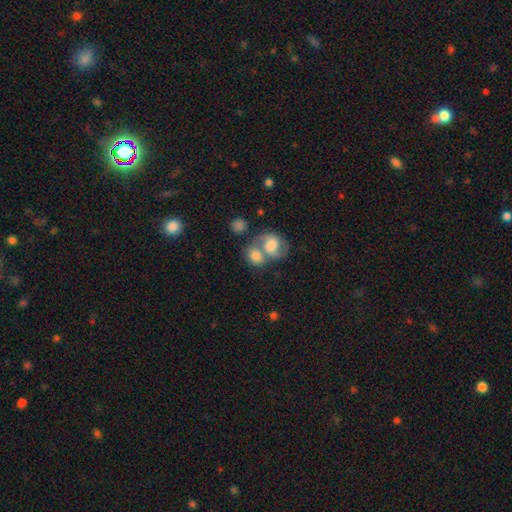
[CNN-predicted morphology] The model was most divided on "how rounded": round: 51%, in between: 48%, cigar-shaped: 1%. More confident: merging — merger (60%); smooth or featured — smooth (58%).